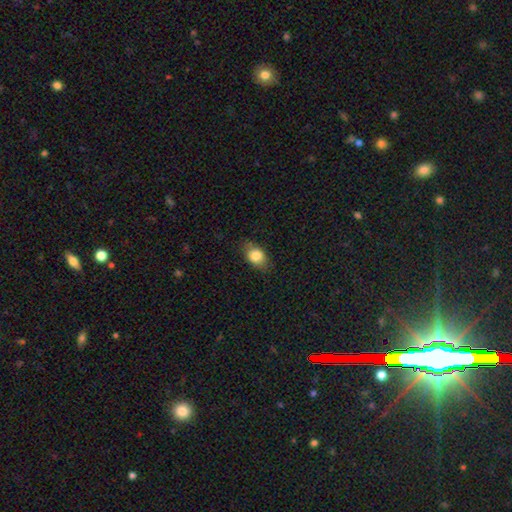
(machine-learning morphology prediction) type=smooth (81%); roundness=in between (75%); merging=none (79%).